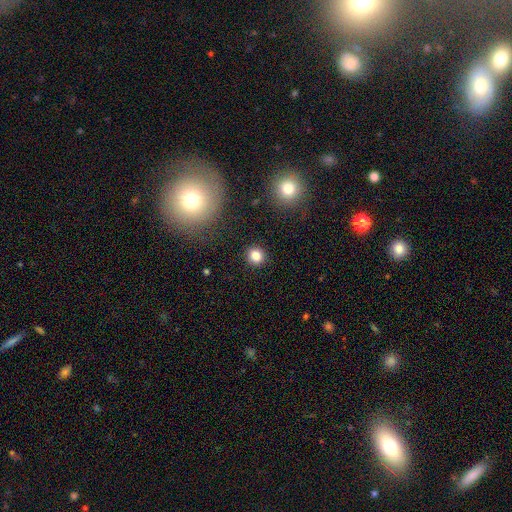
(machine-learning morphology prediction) type=smooth (83%); roundness=round (87%); merging=none (91%).